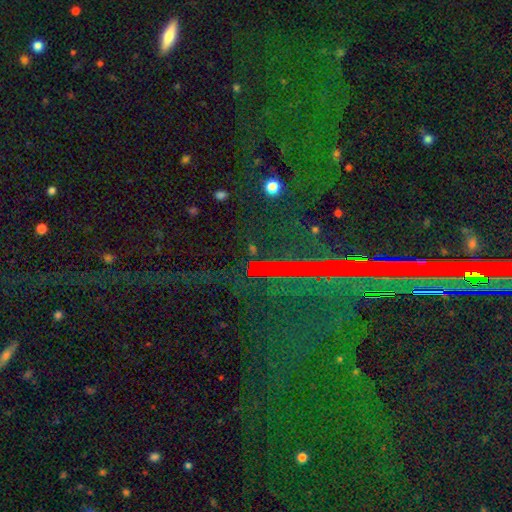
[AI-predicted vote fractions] Morphology: type=star or artifact (78%).